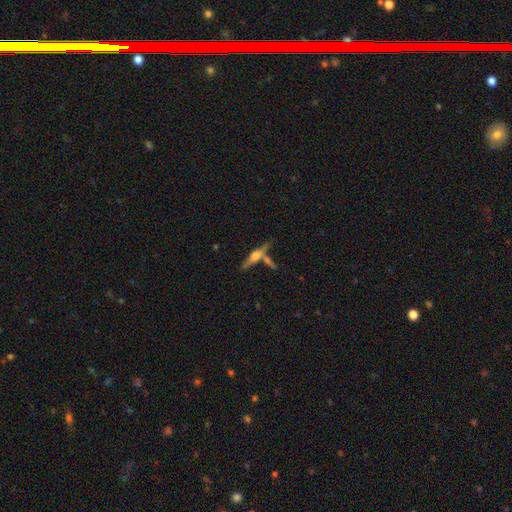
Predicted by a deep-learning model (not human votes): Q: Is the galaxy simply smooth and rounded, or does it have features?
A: featured or disk — 63%.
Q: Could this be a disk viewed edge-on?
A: yes — 94%.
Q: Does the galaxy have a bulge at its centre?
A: rounded — 88%.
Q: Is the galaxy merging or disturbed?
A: none — 62%.